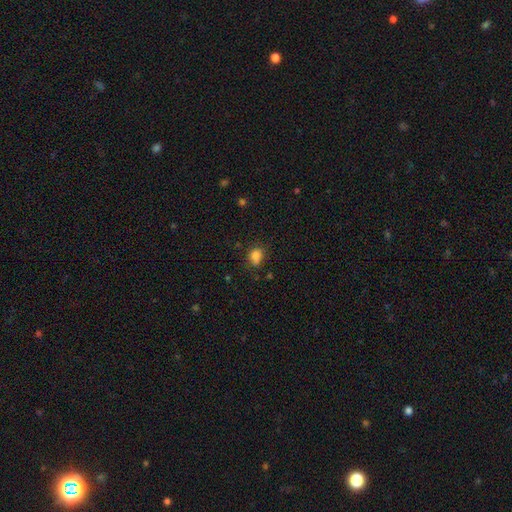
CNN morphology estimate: smooth 81%, star or artifact 12%, featured or disk 7%. Down the decision tree: how rounded — in between (50%); merging — none (59%).